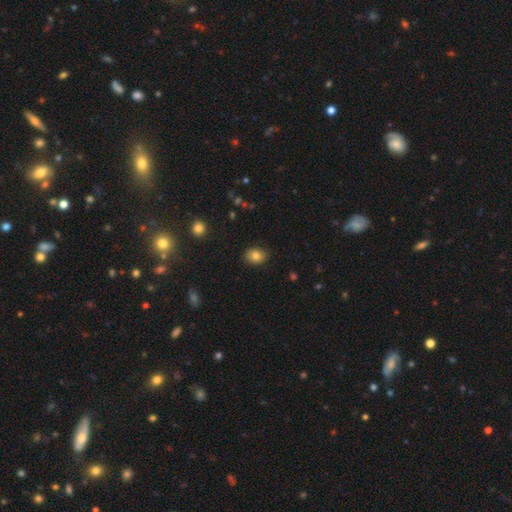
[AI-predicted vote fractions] A smooth galaxy with no disk features (81%) that is in between round and cigar-shaped (56%).

Vote fractions:
- Smooth or featured? smooth: 81% / star or artifact: 10% / featured or disk: 9%
- How rounded? in between: 56% / round: 43% / cigar-shaped: 1%
- Merging? none: 86% / minor disturbance: 11% / major disturbance: 2% / merger: 1%